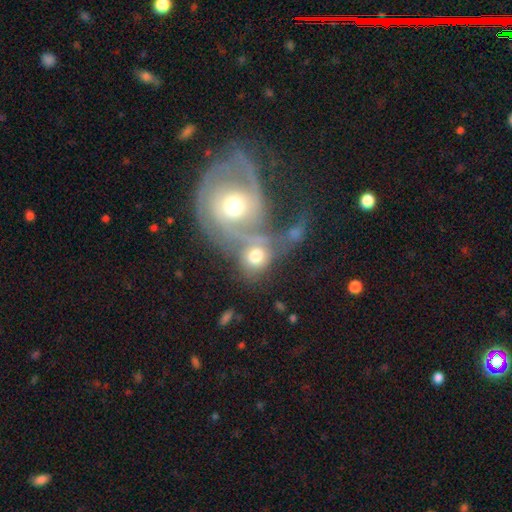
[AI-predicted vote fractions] Smooth or featured? smooth (59%)
How rounded? round (66%)
Merging? merger (64%)